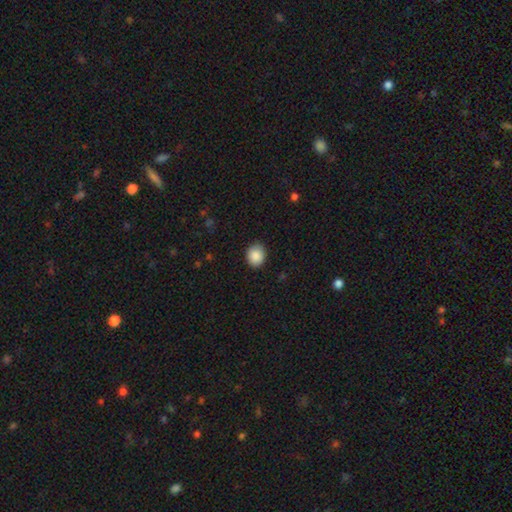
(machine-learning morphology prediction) smooth 88%, star or artifact 8%, featured or disk 4%. Down the decision tree: how rounded — round (63%); merging — none (87%).